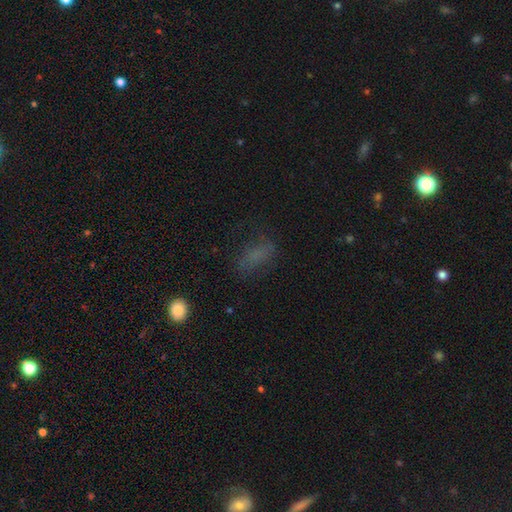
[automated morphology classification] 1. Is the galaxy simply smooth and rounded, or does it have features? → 63% smooth, 19% star or artifact, 18% featured or disk.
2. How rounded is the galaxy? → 80% in between, 10% cigar-shaped, 10% round.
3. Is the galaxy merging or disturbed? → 62% none, 20% minor disturbance, 15% major disturbance, 2% merger.